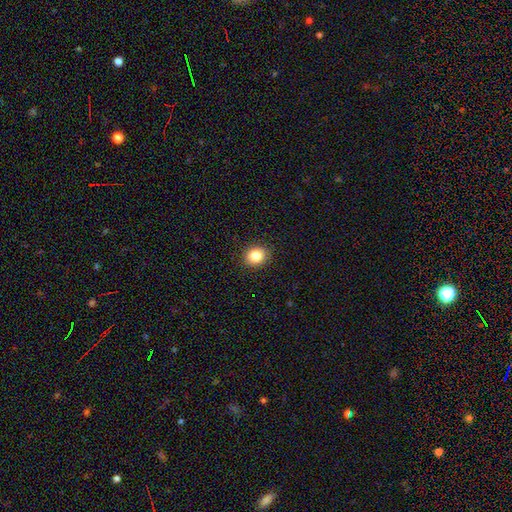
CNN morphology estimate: smooth_or_featured: smooth (p=0.83) [alt: star or artifact p=0.11]
how_rounded: round (p=0.68) [alt: in between p=0.31]
merging: none (p=0.91) [alt: minor disturbance p=0.06]